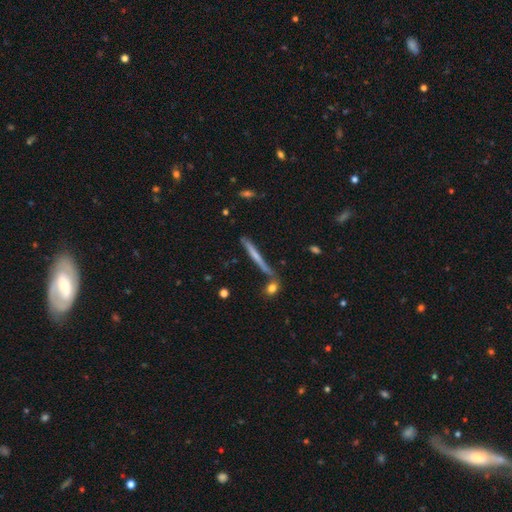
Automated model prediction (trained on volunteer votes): Smooth or featured?
  - featured or disk: 47% * (tied)
  - smooth: 47% * (tied)
  - star or artifact: 7%
Merging?
  - none: 78% *
  - minor disturbance: 12%
  - merger: 7%
  - major disturbance: 3%